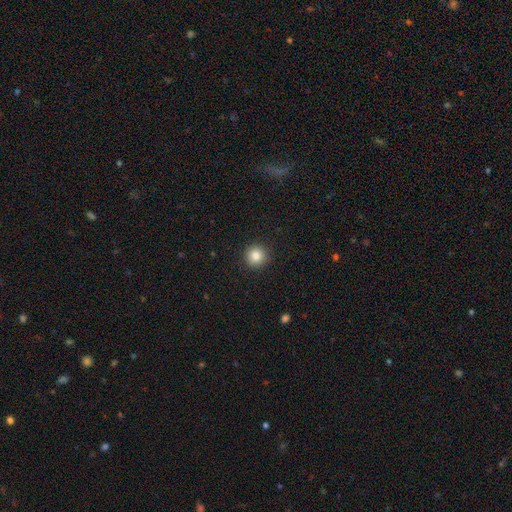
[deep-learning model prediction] This appears to be a smooth galaxy with no disk features (83%) that is round (95%). Merging: none (92%).